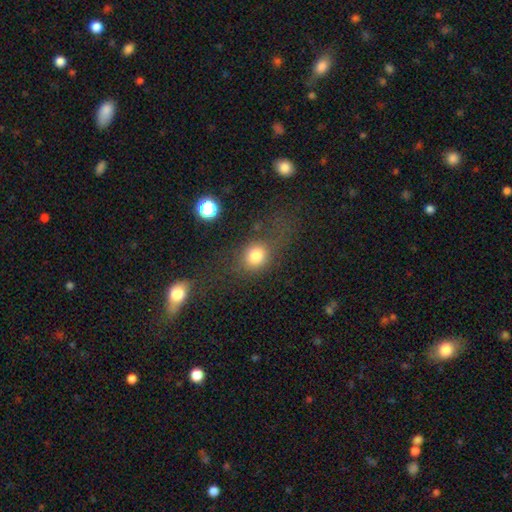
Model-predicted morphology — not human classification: The model was most divided on "how rounded": round: 65%, in between: 34%, cigar-shaped: 2%. More confident: smooth or featured — smooth (80%); merging — none (61%).